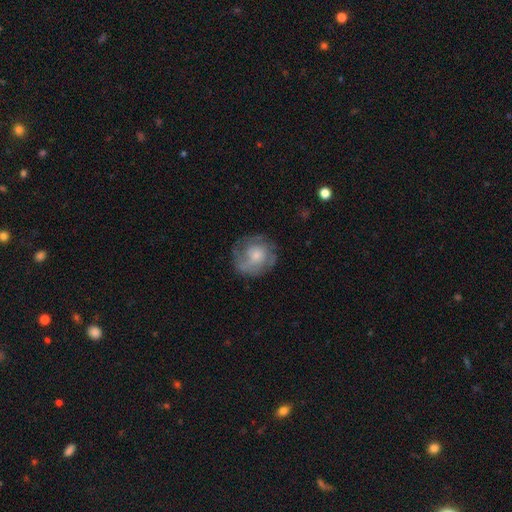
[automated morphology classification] Smooth or featured?
  - featured or disk: 55% *
  - smooth: 38%
  - star or artifact: 7%
Edge-on disk?
  - no: 97% *
  - yes: 3%
Bar?
  - no: 77% *
  - weak: 20%
  - strong: 3%
Spiral arms?
  - yes: 76% *
  - no: 24%
Bulge size?
  - moderate: 44% *
  - small: 39%
  - large: 9%
  - none: 7%
  - dominant: 2%
Merging?
  - none: 66% *
  - minor disturbance: 20%
  - major disturbance: 13%
  - merger: 1%